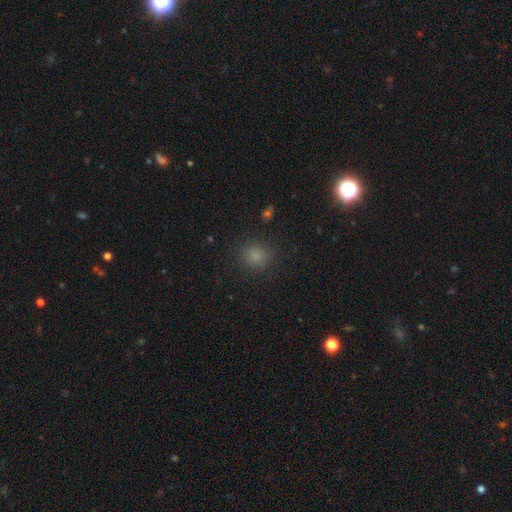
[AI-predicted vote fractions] Smooth or featured?
  - smooth: 79% *
  - star or artifact: 17%
  - featured or disk: 4%
How rounded?
  - round: 84% *
  - in between: 14%
  - cigar-shaped: 1%
Merging?
  - none: 87% *
  - minor disturbance: 8%
  - major disturbance: 3%
  - merger: 1%